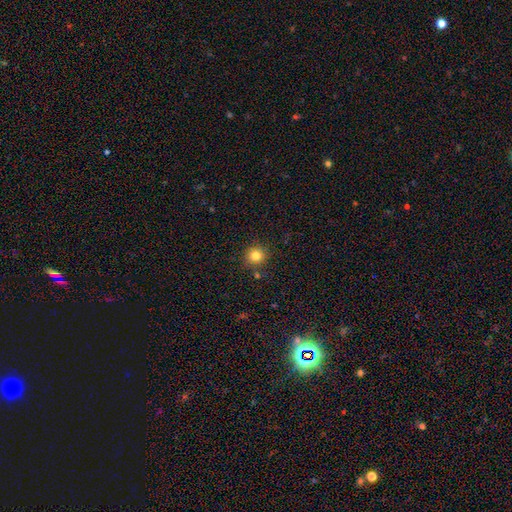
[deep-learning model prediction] Smooth or featured?
  - smooth: 81% *
  - star or artifact: 13%
  - featured or disk: 6%
How rounded?
  - round: 91% *
  - in between: 8%
  - cigar-shaped: 1%
Merging?
  - none: 85% *
  - minor disturbance: 9%
  - merger: 4%
  - major disturbance: 3%